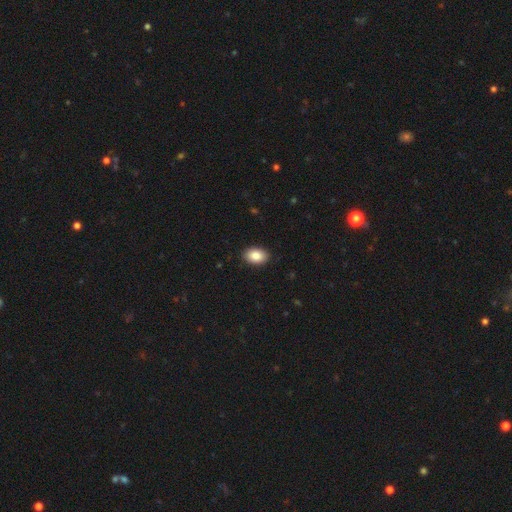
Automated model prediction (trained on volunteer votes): This is clearly a smooth galaxy (88%). How rounded: clearly in between (86%). Merging: clearly none (90%).